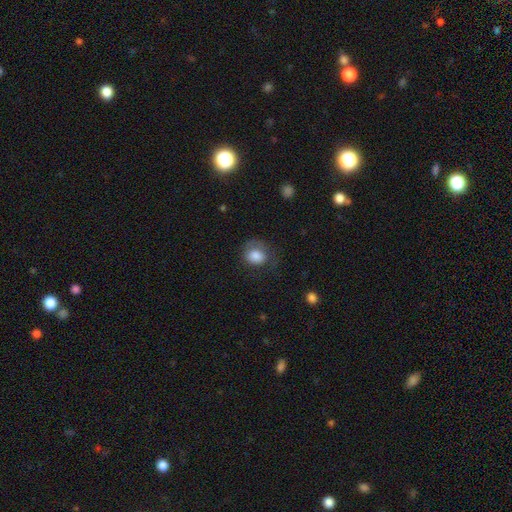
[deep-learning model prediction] smooth_or_featured: smooth (p=0.81) [alt: featured or disk p=0.12]
how_rounded: round (p=0.65) [alt: in between p=0.34]
merging: none (p=0.48) [alt: minor disturbance p=0.26]